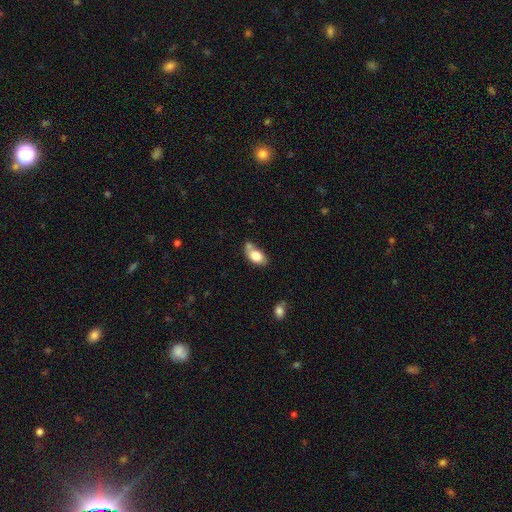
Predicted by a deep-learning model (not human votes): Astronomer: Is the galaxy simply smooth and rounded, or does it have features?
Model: smooth — 80%.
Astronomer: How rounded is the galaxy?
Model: in between — 88%.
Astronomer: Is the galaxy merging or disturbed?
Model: none — 38% (runner-up: merger, 31%).